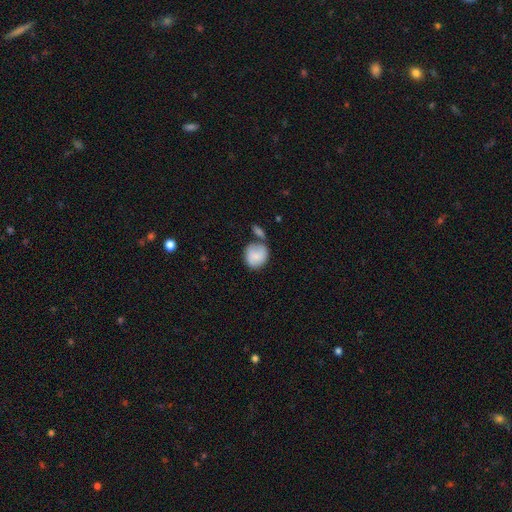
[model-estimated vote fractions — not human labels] Q: Smooth or featured?
A: smooth (77%); runner-up: featured or disk (16%)
Q: How rounded?
A: round (76%); runner-up: in between (23%)
Q: Merging?
A: none (44%); runner-up: merger (27%)